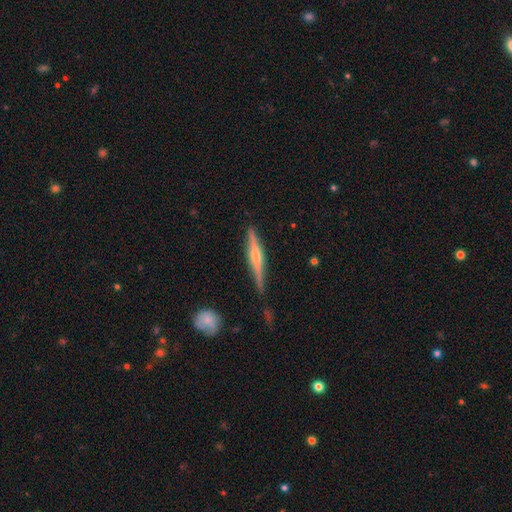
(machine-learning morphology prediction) smooth-or-featured: featured or disk: 70% | smooth: 24% | star or artifact: 6%
  disk-edge-on: yes: 97% | no: 3%
    edge-on-bulge: rounded: 66% | none: 17% | boxy: 16%
  merging: none: 82% | minor disturbance: 13% | major disturbance: 2% | merger: 2%